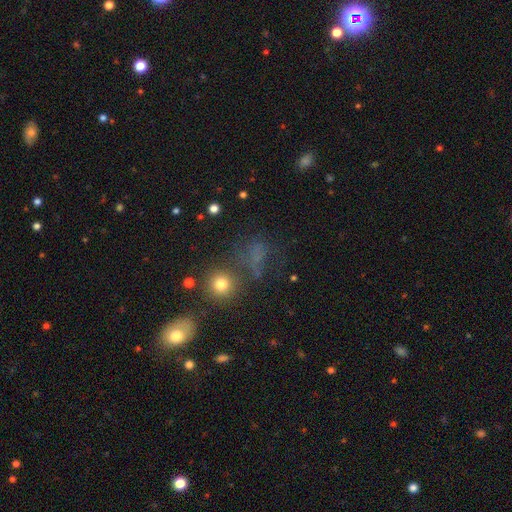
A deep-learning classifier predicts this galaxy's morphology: Overall: smooth (54%; star or artifact 30%). How rounded: round (57%; in between 39%). Merging: none (55%; major disturbance 18%).